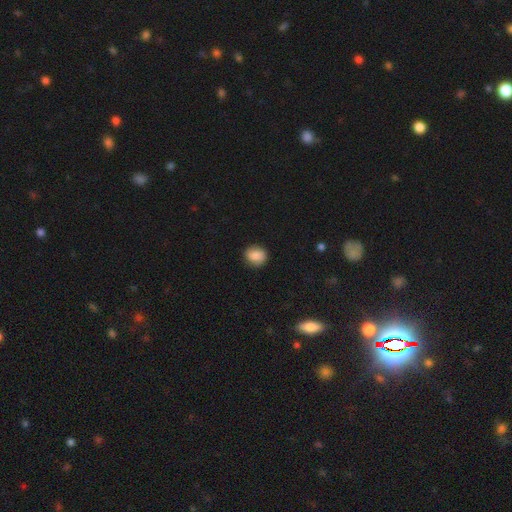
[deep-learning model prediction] Smooth or featured: smooth — 84% (star or artifact — 8%)
How rounded: round — 78% (in between — 21%)
Merging: none — 85% (minor disturbance — 11%)